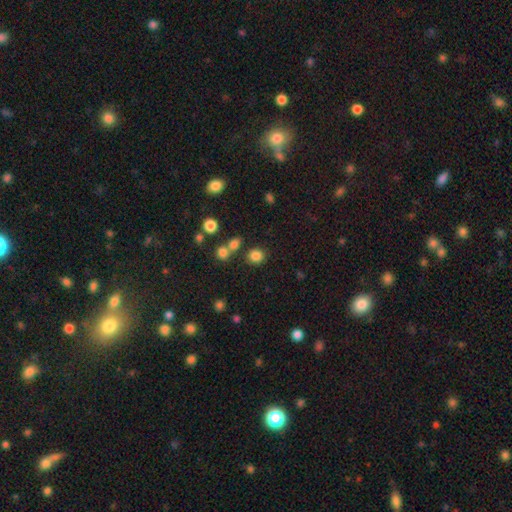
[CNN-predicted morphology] This appears to be a smooth galaxy with no disk features (82%) that is round (86%). Merging: none (79%).